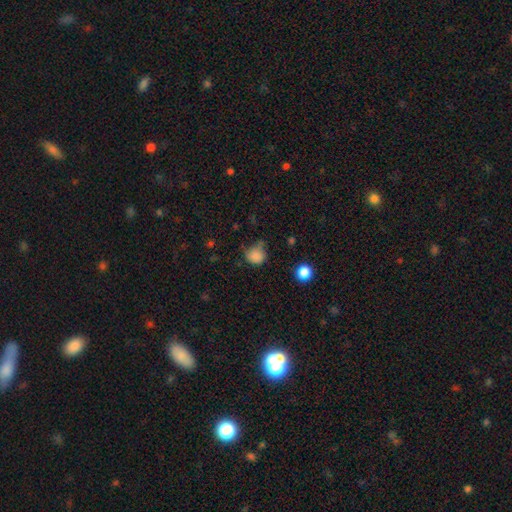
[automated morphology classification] smooth-or-featured: smooth: 81% | star or artifact: 12% | featured or disk: 6%
  how-rounded: round: 74% | in between: 25% | cigar-shaped: 1%
  merging: none: 47% | minor disturbance: 35% | major disturbance: 14% | merger: 4%